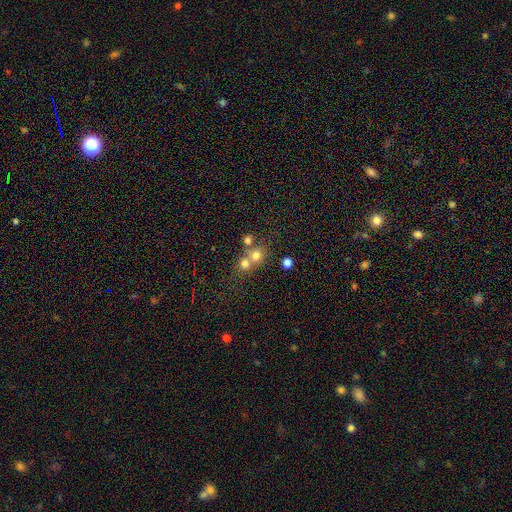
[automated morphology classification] The model was most divided on "merging": merger: 50%, none: 41%, minor disturbance: 6%, major disturbance: 3%. More confident: how rounded — round (85%); smooth or featured — smooth (70%).